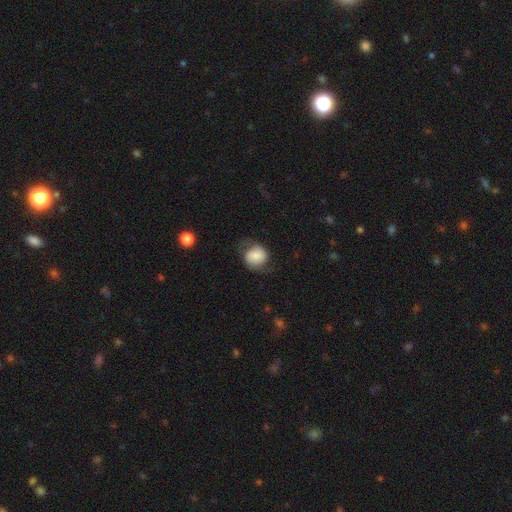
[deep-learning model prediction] Smooth or featured: smooth — 48% (featured or disk — 43%)
Merging: none — 65% (minor disturbance — 20%)